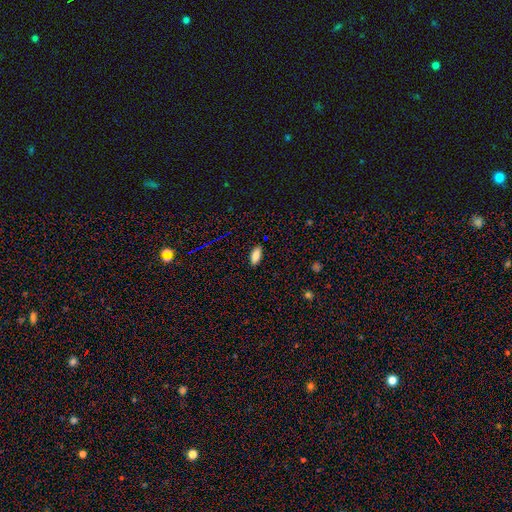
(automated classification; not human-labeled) Smooth or featured?
  - smooth: 84% *
  - star or artifact: 9%
  - featured or disk: 7%
How rounded?
  - in between: 85% *
  - cigar-shaped: 12%
  - round: 2%
Merging?
  - none: 88% *
  - minor disturbance: 9%
  - major disturbance: 2%
  - merger: 1%